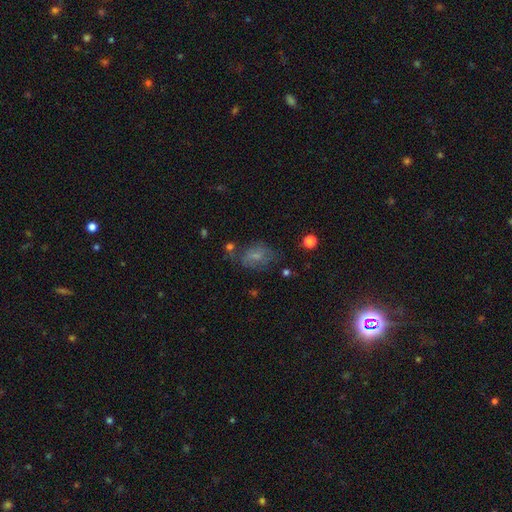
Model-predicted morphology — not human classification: The model was most divided on "smooth or featured": smooth: 53%, featured or disk: 31%, star or artifact: 15%. Remaining: how rounded — in between (72%); merging — none (49%).